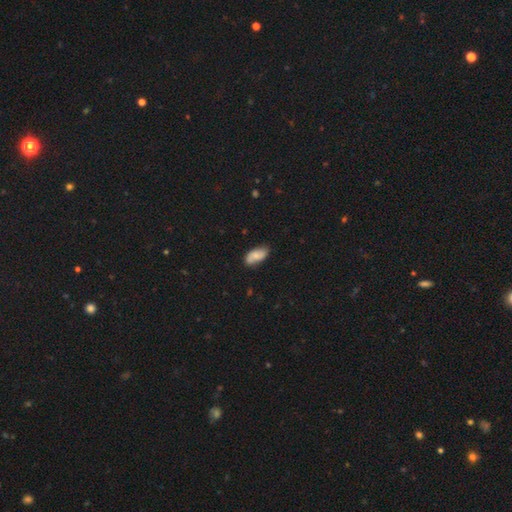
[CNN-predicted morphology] Smooth or featured? smooth (68%)
How rounded? in between (90%)
Merging? none (75%)